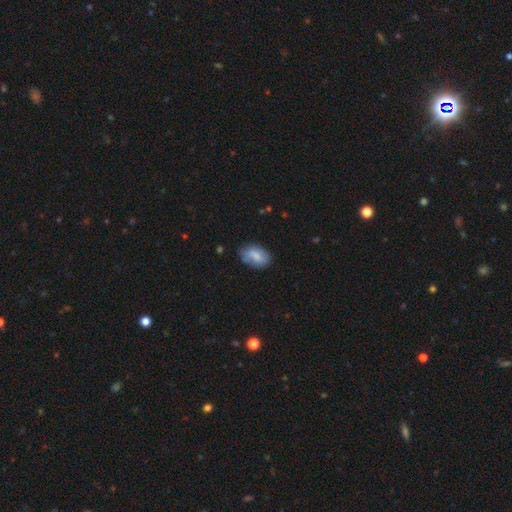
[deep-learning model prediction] A smooth galaxy with no disk features (76%) that is in between round and cigar-shaped (89%). Merging: none (64%).